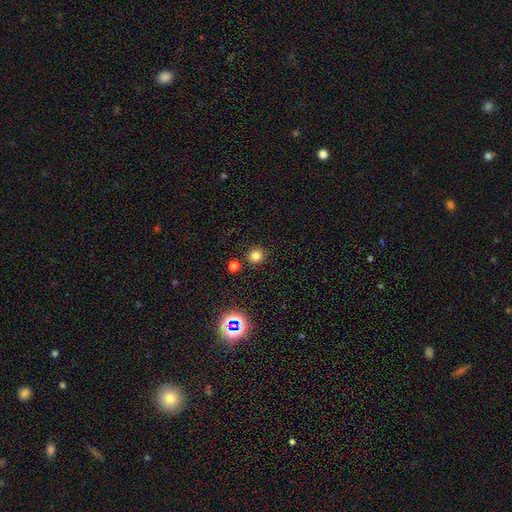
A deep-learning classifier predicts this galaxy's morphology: Smooth or featured: smooth — 77% (star or artifact — 17%)
How rounded: round — 90% (in between — 9%)
Merging: none — 88% (minor disturbance — 6%)